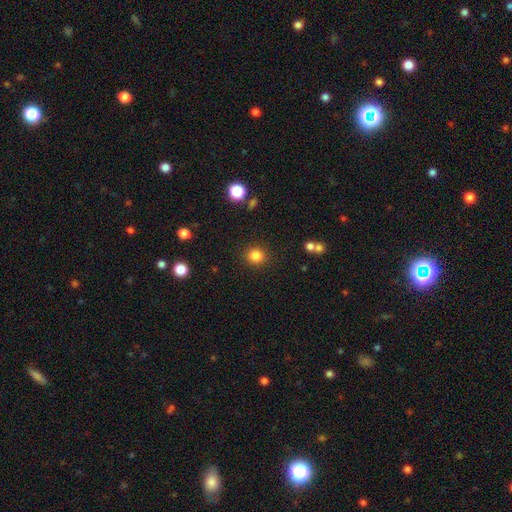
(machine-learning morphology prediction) smooth_or_featured: smooth (p=0.84) [alt: star or artifact p=0.12]
how_rounded: round (p=0.89) [alt: in between p=0.10]
merging: none (p=0.89) [alt: minor disturbance p=0.06]